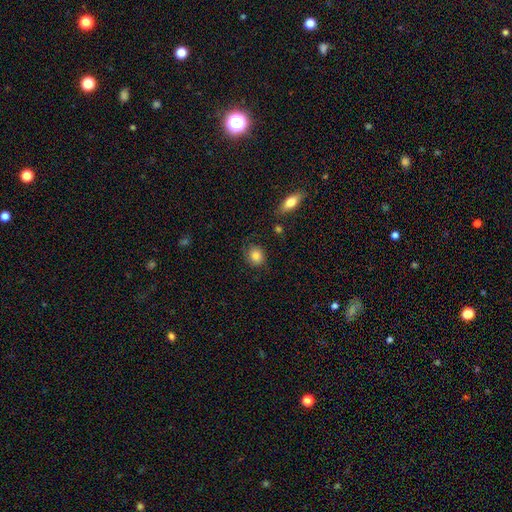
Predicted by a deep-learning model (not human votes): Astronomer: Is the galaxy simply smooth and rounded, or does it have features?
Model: smooth — 80%.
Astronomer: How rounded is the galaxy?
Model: round — 67%.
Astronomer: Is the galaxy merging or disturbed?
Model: none — 74%.